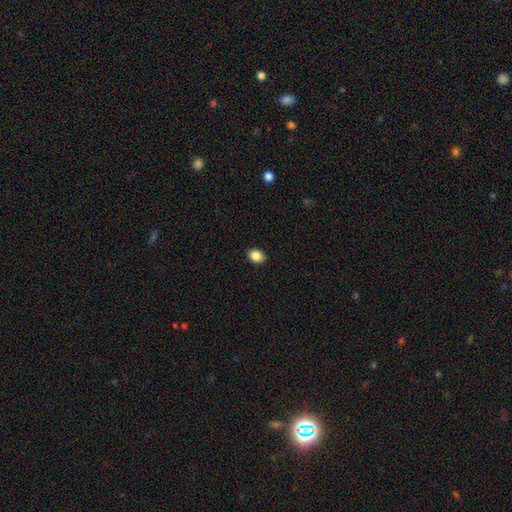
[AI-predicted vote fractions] Morphology: type=smooth (86%); roundness=in between (57%); merging=none (89%).